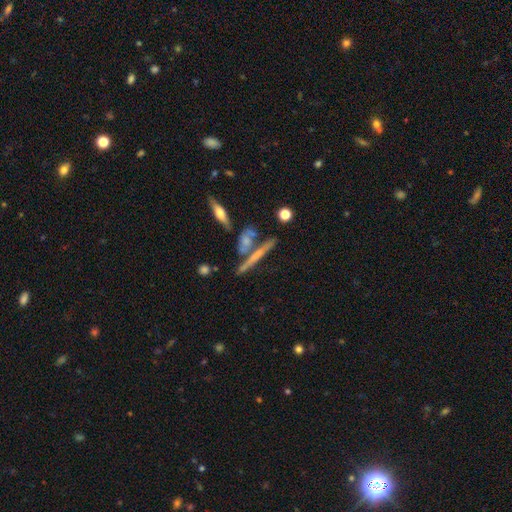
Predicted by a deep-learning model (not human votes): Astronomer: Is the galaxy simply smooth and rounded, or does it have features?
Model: featured or disk — 54% (runner-up: smooth, 36%).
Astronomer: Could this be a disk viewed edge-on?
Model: yes — 92%.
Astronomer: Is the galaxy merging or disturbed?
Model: none — 64%.